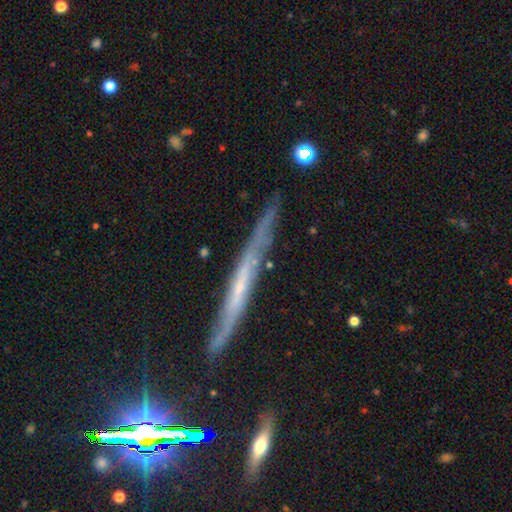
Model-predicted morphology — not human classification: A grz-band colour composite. It shows a featured or disk galaxy (70%) viewed edge-on (87%) with no central bulge (73%). Merging: none (76%).